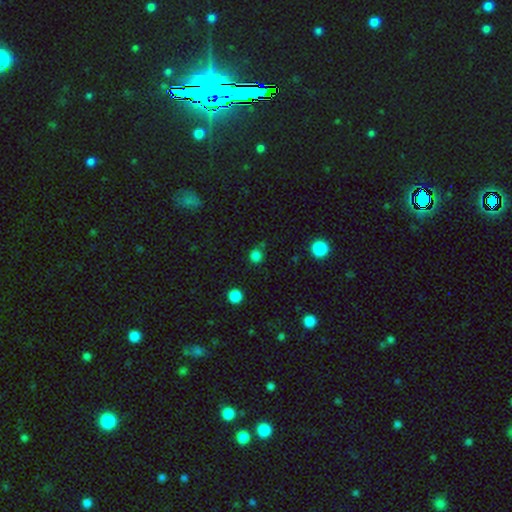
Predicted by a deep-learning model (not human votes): This appears to be a smooth galaxy with no disk features (79%) that is round (89%). Merging: none (77%).